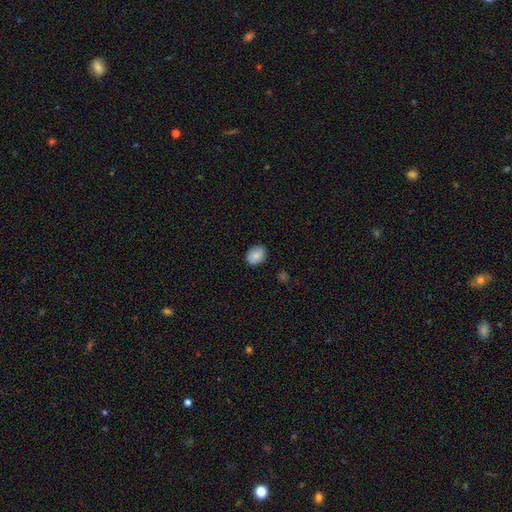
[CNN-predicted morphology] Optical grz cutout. It shows a smooth galaxy with no disk features (82%) that is in between round and cigar-shaped (54%). Merging: none (85%).